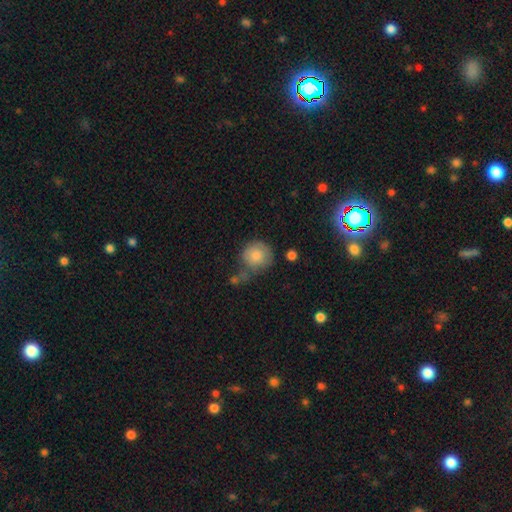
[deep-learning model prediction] Smooth or featured: smooth — 83% (featured or disk — 9%)
How rounded: round — 89% (in between — 10%)
Merging: none — 57% (minor disturbance — 21%)